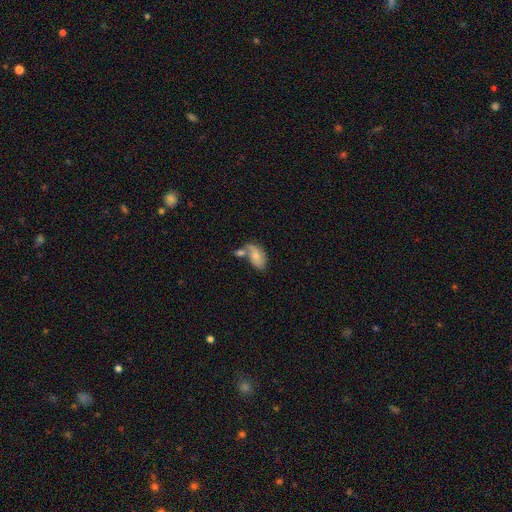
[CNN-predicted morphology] Smooth or featured? smooth (64%)
How rounded? in between (92%)
Merging? merger (42%)